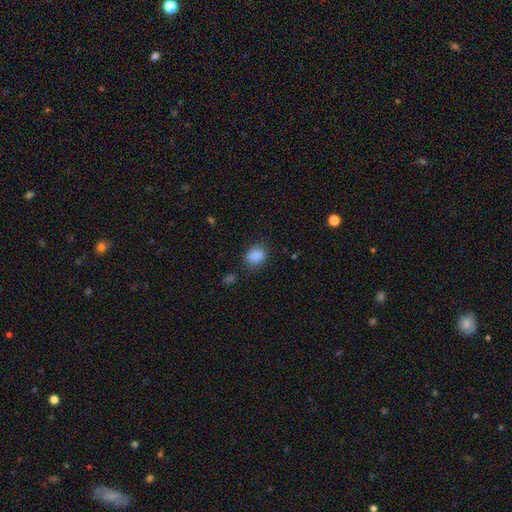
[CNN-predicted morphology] smooth-or-featured: smooth: 87% | star or artifact: 9% | featured or disk: 4%
  how-rounded: in between: 57% | round: 42% | cigar-shaped: 1%
  merging: none: 76% | minor disturbance: 17% | major disturbance: 5% | merger: 2%